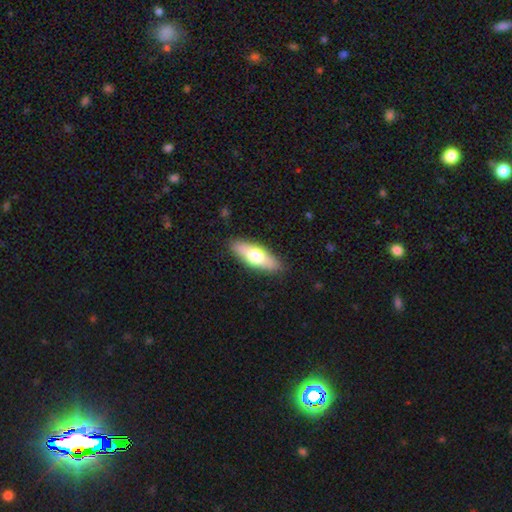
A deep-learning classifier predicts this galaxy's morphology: Smooth or featured? smooth (62%)
How rounded? in between (61%)
Merging? none (87%)